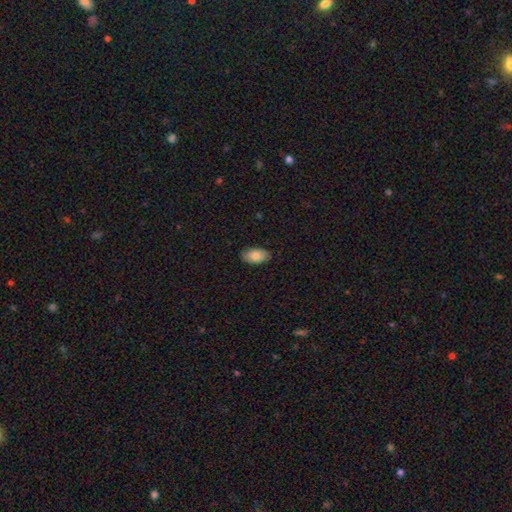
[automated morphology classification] The model was most divided on "smooth or featured": smooth: 81%, featured or disk: 13%, star or artifact: 7%. More confident: how rounded — in between (94%); merging — none (86%).